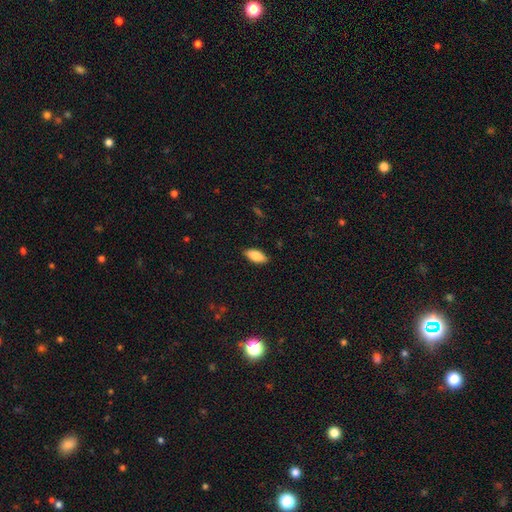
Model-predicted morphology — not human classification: The model was most divided on "smooth or featured": smooth: 80%, featured or disk: 14%, star or artifact: 6%. More confident: merging — none (88%); how rounded — in between (85%).